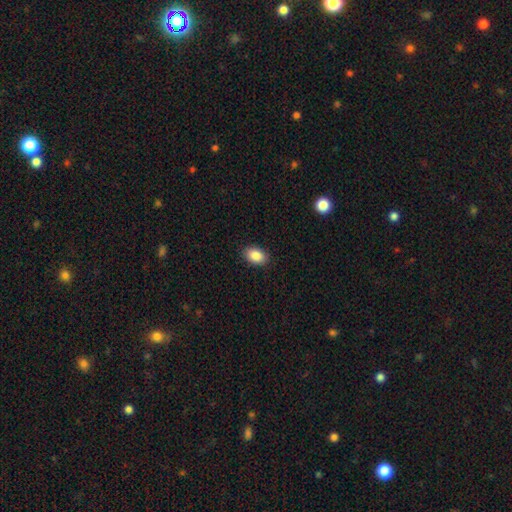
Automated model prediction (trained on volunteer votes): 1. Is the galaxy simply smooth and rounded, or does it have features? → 87% smooth, 8% star or artifact, 5% featured or disk.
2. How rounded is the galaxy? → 87% in between, 11% round, 1% cigar-shaped.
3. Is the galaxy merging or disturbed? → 89% none, 8% minor disturbance, 2% major disturbance, 1% merger.